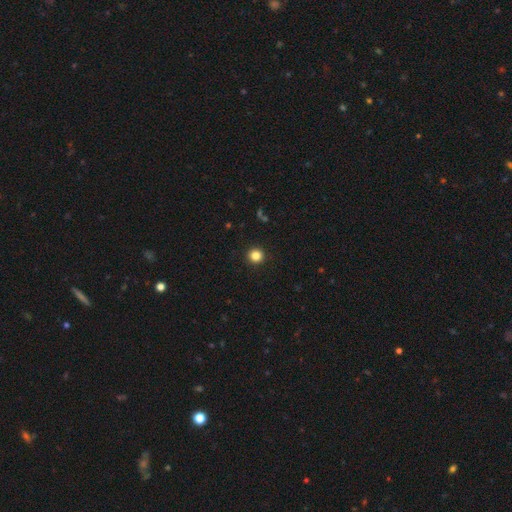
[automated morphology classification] Overall: smooth (84%). How rounded: round (95%). Merging: none (93%).